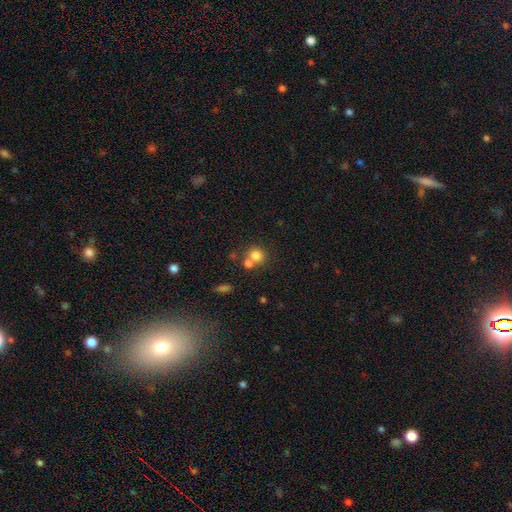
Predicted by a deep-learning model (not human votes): smooth_or_featured: smooth (p=0.78) [alt: star or artifact p=0.12]
how_rounded: round (p=0.82) [alt: in between p=0.18]
merging: none (p=0.51) [alt: merger p=0.37]